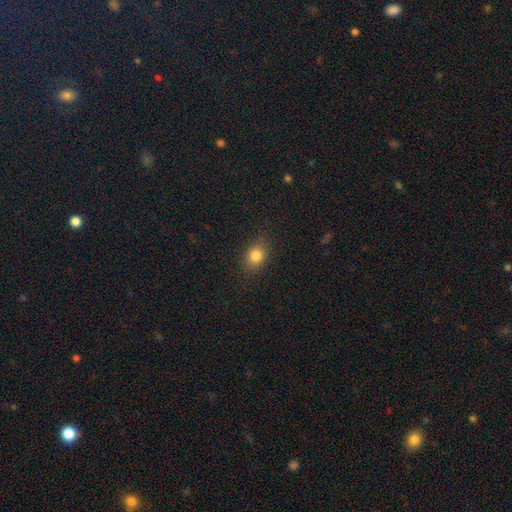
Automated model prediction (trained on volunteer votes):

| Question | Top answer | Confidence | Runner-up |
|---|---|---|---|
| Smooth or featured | smooth | 82% | star or artifact (11%) |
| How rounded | in between | 61% | round (38%) |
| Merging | none | 85% | minor disturbance (11%) |